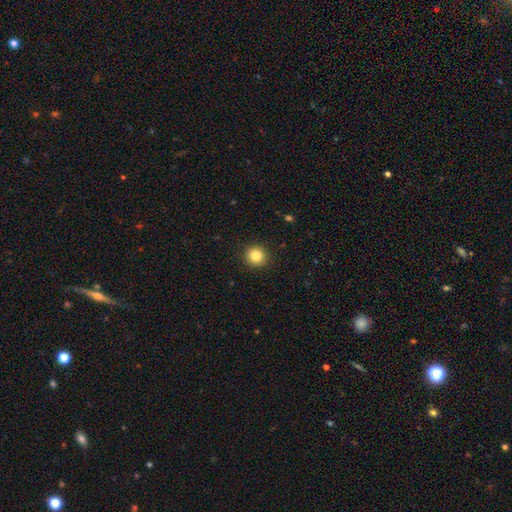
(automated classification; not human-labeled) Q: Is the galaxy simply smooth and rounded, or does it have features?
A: smooth — 84%.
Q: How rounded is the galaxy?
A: round — 92%.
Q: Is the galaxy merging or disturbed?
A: none — 92%.